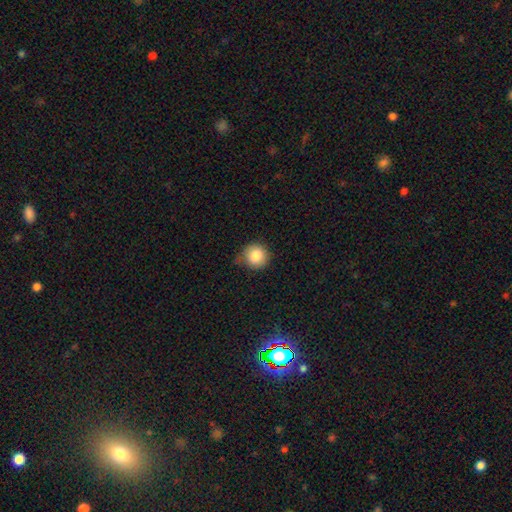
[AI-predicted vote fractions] Overall: smooth (84%). How rounded: round (90%). Merging: none (60%; minor disturbance 31%).